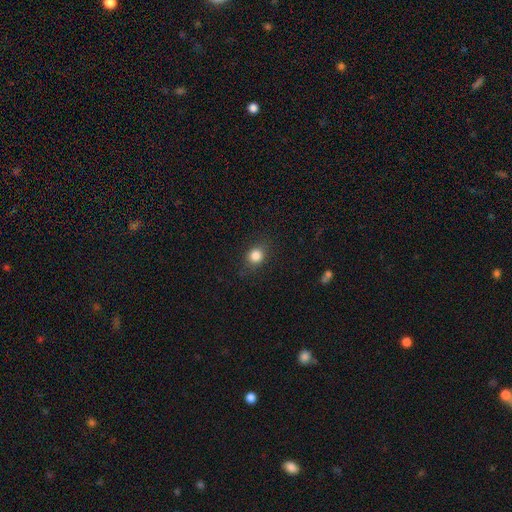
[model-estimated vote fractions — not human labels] Smooth or featured?
  - smooth: 84% *
  - star or artifact: 11%
  - featured or disk: 5%
How rounded?
  - round: 72% *
  - in between: 27%
  - cigar-shaped: 1%
Merging?
  - none: 83% *
  - minor disturbance: 12%
  - major disturbance: 4%
  - merger: 1%